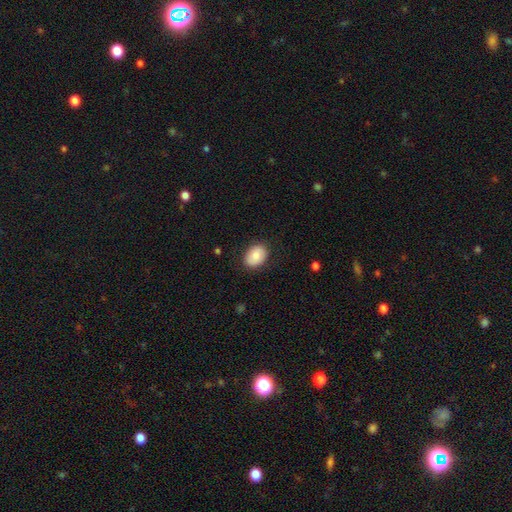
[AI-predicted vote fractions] The model was most divided on "how rounded": in between: 77%, round: 22%, cigar-shaped: 1%. More confident: merging — none (85%); smooth or featured — smooth (85%).